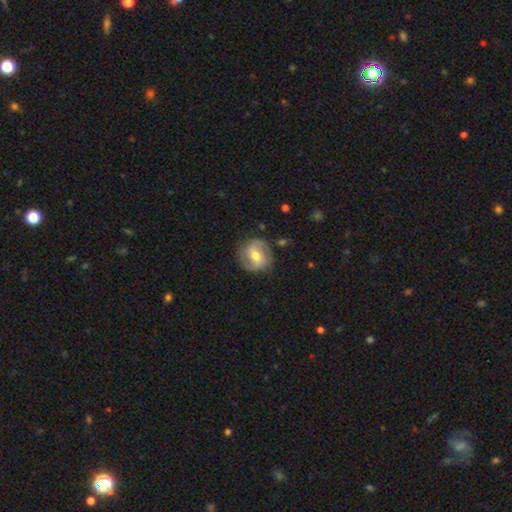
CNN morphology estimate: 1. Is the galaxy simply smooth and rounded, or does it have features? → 60% featured or disk, 33% smooth, 7% star or artifact.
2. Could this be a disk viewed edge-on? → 96% no, 4% yes.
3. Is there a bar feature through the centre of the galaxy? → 47% weak, 28% no, 25% strong.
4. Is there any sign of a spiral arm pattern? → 80% yes, 20% no.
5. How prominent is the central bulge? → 70% moderate, 21% small, 7% large, 1% none, 1% dominant.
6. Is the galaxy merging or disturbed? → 75% none, 17% minor disturbance, 6% major disturbance, 2% merger.